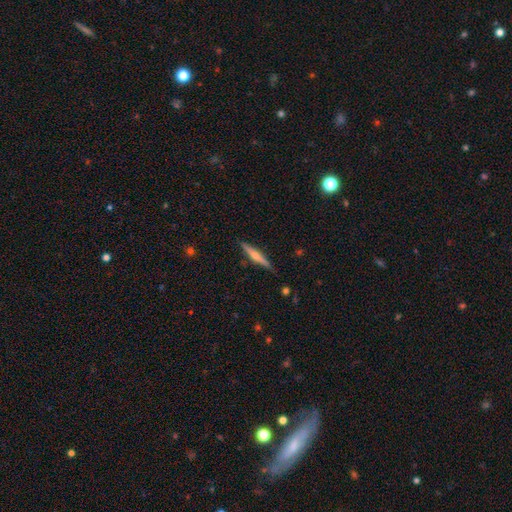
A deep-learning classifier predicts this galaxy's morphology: Q: Smooth or featured?
A: featured or disk (59%); runner-up: smooth (35%)
Q: Edge-on disk?
A: yes (97%); runner-up: no (3%)
Q: Edge-on bulge?
A: rounded (77%); runner-up: none (14%)
Q: Merging?
A: none (87%); runner-up: minor disturbance (10%)